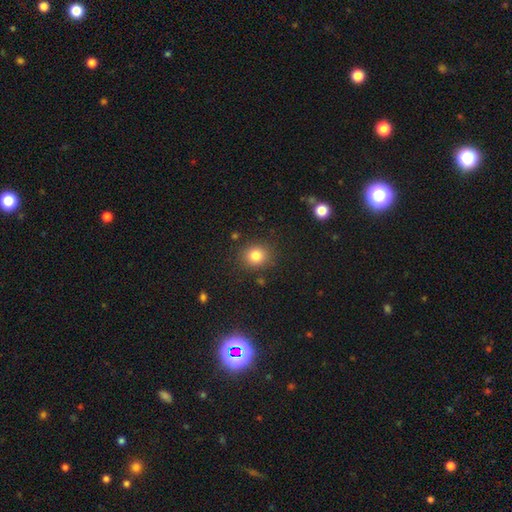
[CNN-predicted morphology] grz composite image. It shows a smooth galaxy with no disk features (82%) that is round (79%). Merging: none (86%).